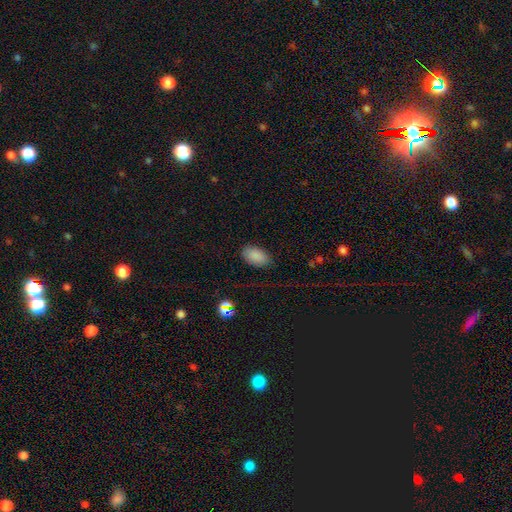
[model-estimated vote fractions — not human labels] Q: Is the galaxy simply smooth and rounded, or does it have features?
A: smooth — 86%.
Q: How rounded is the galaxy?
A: in between — 93%.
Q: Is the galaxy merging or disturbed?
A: none — 83%.